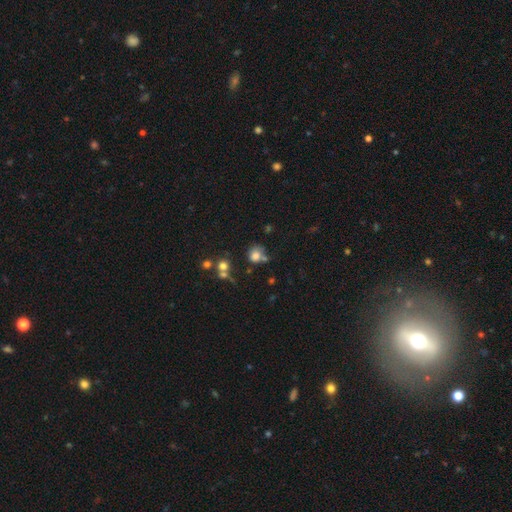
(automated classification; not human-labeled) Smooth or featured? Predicted: smooth (p=0.77). How rounded? Predicted: round (p=0.78). Merging? Predicted: none (p=0.53).